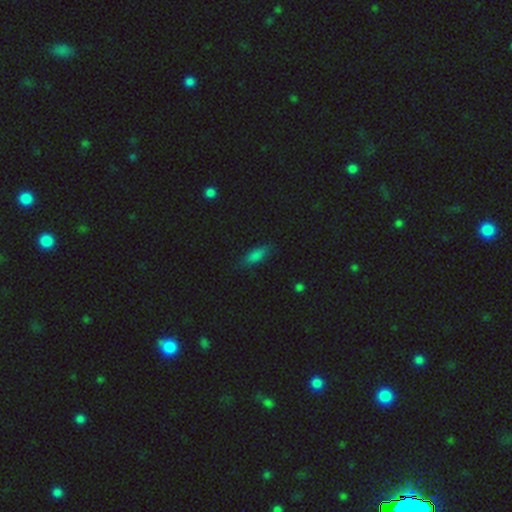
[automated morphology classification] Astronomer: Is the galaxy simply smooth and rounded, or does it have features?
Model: smooth — 75%.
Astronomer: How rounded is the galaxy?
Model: in between — 69%.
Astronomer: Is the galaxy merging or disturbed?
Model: none — 80%.